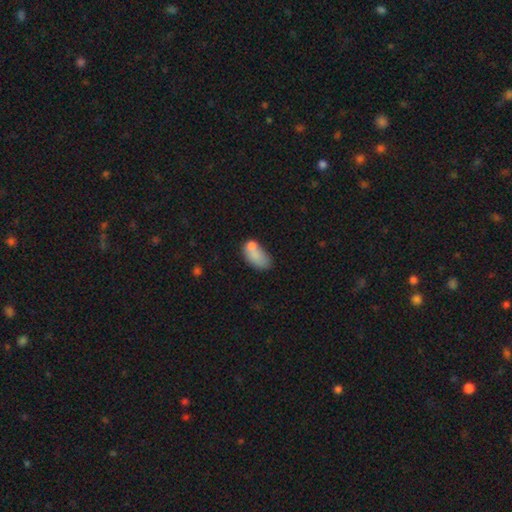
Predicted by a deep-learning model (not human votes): The model was most divided on "merging": none: 34%, merger: 31%, minor disturbance: 22%, major disturbance: 13%. More confident: how rounded — in between (90%); smooth or featured — smooth (75%).